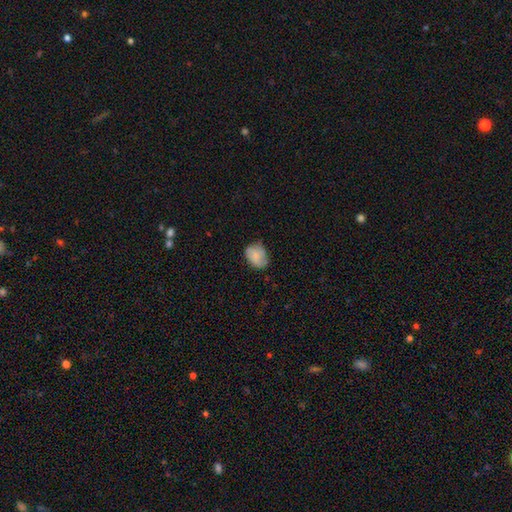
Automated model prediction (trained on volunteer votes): A smooth galaxy with no disk features (74%) that is in between round and cigar-shaped (60%).

Vote fractions:
- Smooth or featured? smooth: 74% / featured or disk: 18% / star or artifact: 8%
- How rounded? in between: 60% / round: 39% / cigar-shaped: 1%
- Merging? none: 55% / minor disturbance: 34% / major disturbance: 9% / merger: 1%